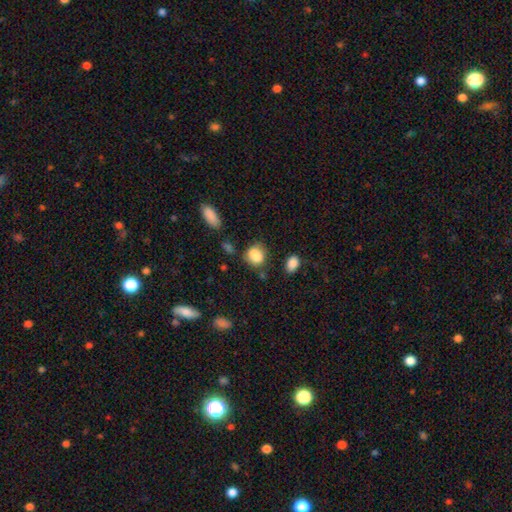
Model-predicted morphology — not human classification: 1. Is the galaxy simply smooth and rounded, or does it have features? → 83% smooth, 9% star or artifact, 8% featured or disk.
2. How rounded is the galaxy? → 52% round, 46% in between, 1% cigar-shaped.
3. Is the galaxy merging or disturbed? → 60% none, 25% minor disturbance, 8% major disturbance, 8% merger.